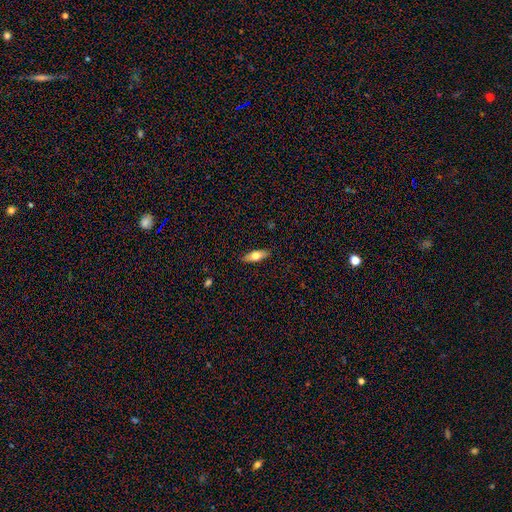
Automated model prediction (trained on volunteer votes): smooth_or_featured: smooth (p=0.66) [alt: featured or disk p=0.28]
how_rounded: in between (p=0.67) [alt: cigar-shaped p=0.30]
merging: none (p=0.89) [alt: minor disturbance p=0.08]